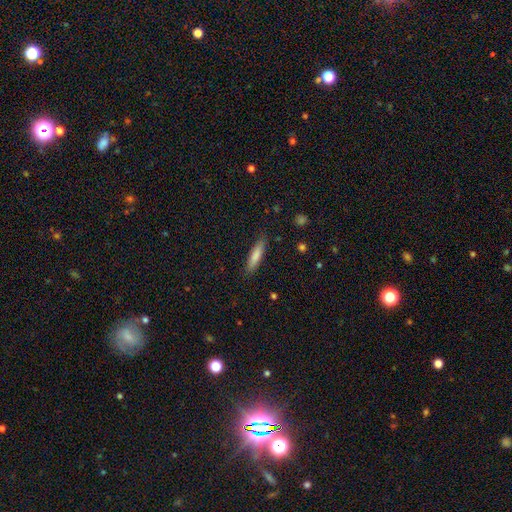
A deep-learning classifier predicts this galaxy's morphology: This appears to be a smooth galaxy with no disk features (80%) that is cigar-shaped (81%). Merging: none (87%).